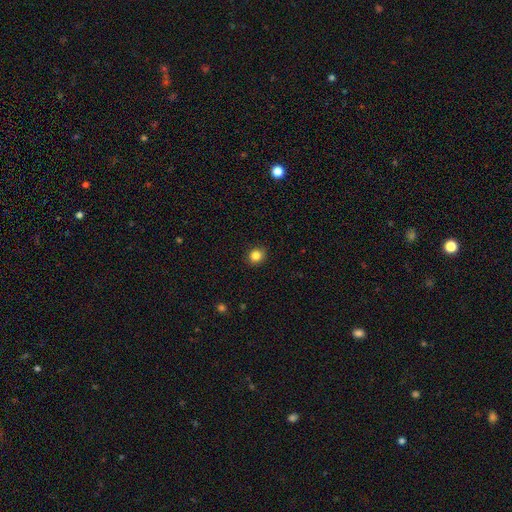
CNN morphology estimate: Smooth or featured?
  - smooth: 84% *
  - star or artifact: 11%
  - featured or disk: 5%
How rounded?
  - round: 81% *
  - in between: 18%
  - cigar-shaped: 1%
Merging?
  - none: 90% *
  - minor disturbance: 7%
  - major disturbance: 2%
  - merger: 1%